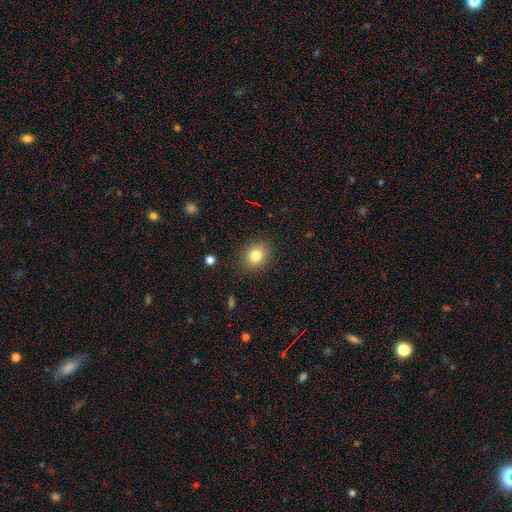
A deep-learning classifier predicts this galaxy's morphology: smooth-or-featured: smooth: 81% | star or artifact: 11% | featured or disk: 7%
  how-rounded: round: 66% | in between: 33% | cigar-shaped: 1%
  merging: none: 88% | minor disturbance: 8% | major disturbance: 3% | merger: 1%